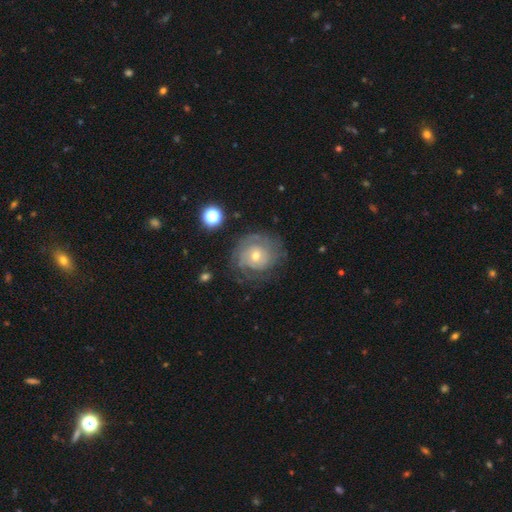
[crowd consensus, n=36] Smooth or featured: featured or disk — 58% (smooth — 36%)
Edge-on disk: no — 100%
Bar: no — 67% (weak — 33%)
Spiral arms: yes — 81% (no — 19%)
Spiral winding: tight — 65% (medium — 29%)
Spiral arm count: can't tell — 47% (1 — 24%)
Bulge size: moderate — 48% (tied with small — 48%)
Merging: none — 56% (minor disturbance — 29%)